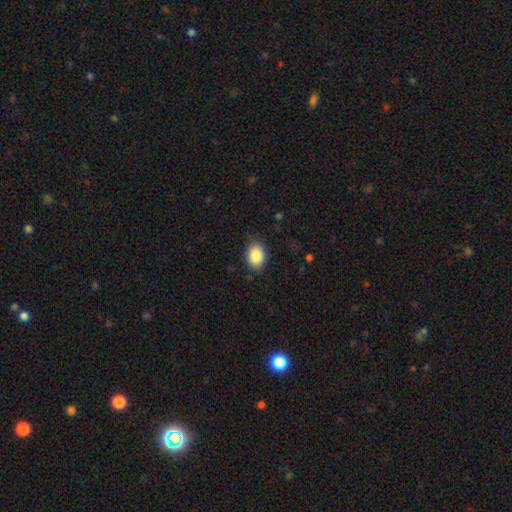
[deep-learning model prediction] smooth-or-featured: smooth: 87% | star or artifact: 8% | featured or disk: 5%
  how-rounded: in between: 72% | round: 27% | cigar-shaped: 1%
  merging: none: 85% | minor disturbance: 11% | major disturbance: 3% | merger: 1%